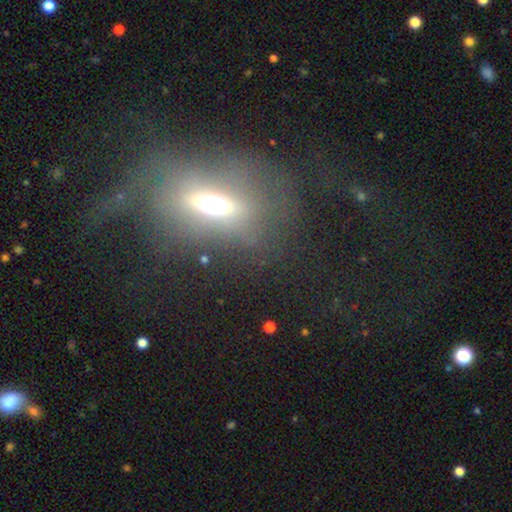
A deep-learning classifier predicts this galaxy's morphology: smooth_or_featured: featured or disk (p=0.45) [alt: smooth p=0.37]
merging: none (p=0.40) [alt: major disturbance p=0.39]